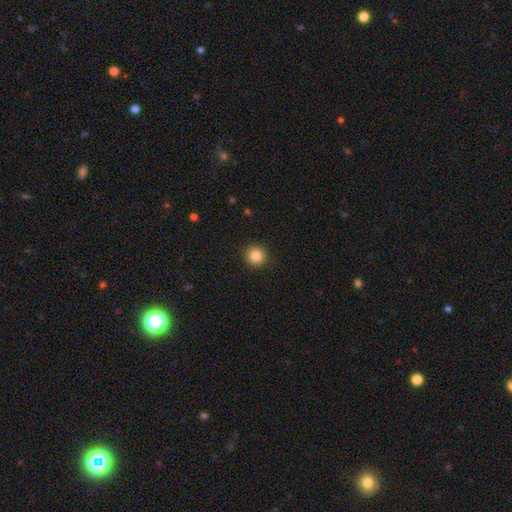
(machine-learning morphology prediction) type=smooth (85%); roundness=round (95%); merging=none (92%).